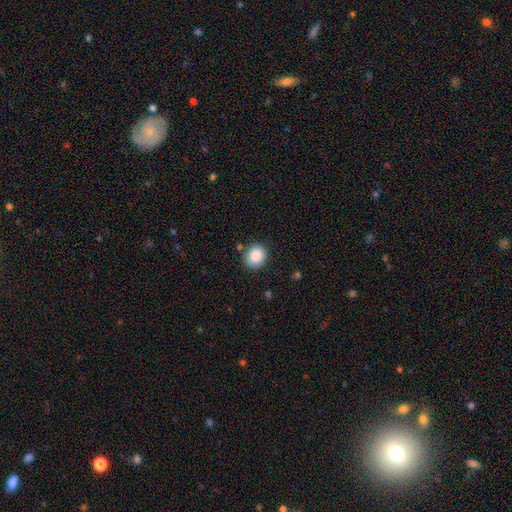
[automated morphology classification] Q: Smooth or featured?
A: smooth (87%); runner-up: star or artifact (9%)
Q: How rounded?
A: round (70%); runner-up: in between (29%)
Q: Merging?
A: none (85%); runner-up: minor disturbance (10%)